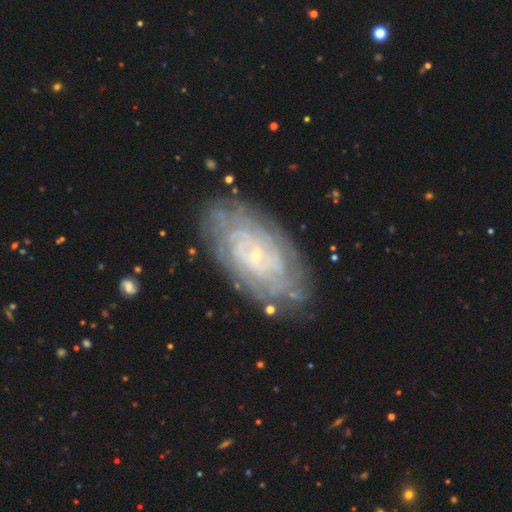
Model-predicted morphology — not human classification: smooth_or_featured: featured or disk (p=0.81) [alt: smooth p=0.12]
disk_edge_on: no (p=0.95) [alt: yes p=0.05]
bar: no (p=0.68) [alt: weak p=0.26]
has_spiral_arms: yes (p=0.93) [alt: no p=0.07]
spiral_winding: tight (p=0.80) [alt: medium p=0.16]
spiral_arm_count: can't tell (p=0.50) [alt: more than 4 p=0.13]
bulge_size: small (p=0.83) [alt: moderate p=0.10]
merging: none (p=0.78) [alt: minor disturbance p=0.15]